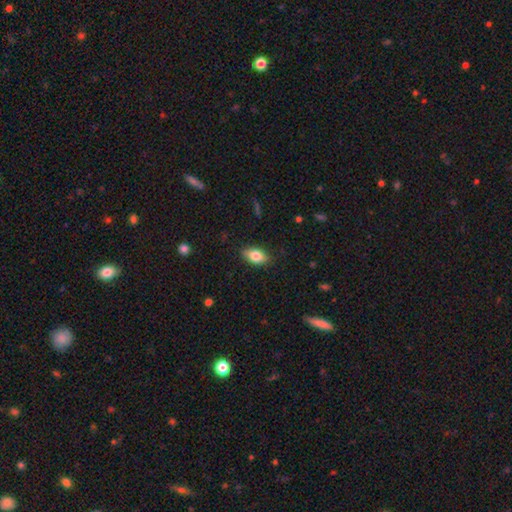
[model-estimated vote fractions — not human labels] Smooth or featured? smooth (79%)
How rounded? in between (88%)
Merging? none (84%)